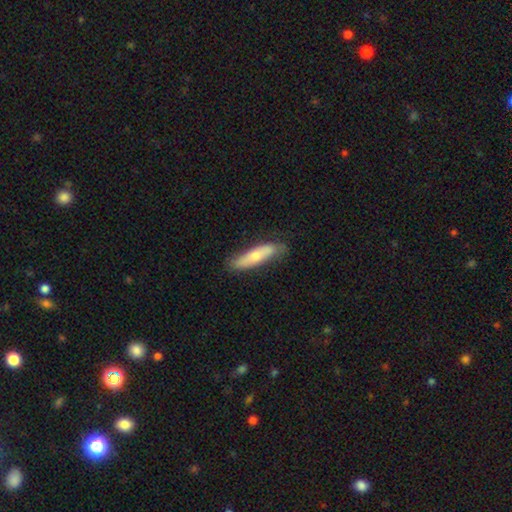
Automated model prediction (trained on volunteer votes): This is possibly a smooth galaxy (60%). How rounded: likely cigar-shaped (73%). Merging: likely none (76%).